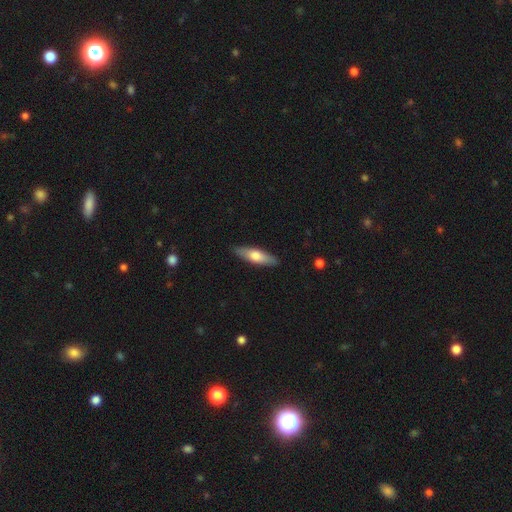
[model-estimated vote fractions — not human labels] smooth-or-featured: smooth: 62% | featured or disk: 33% | star or artifact: 5%
  how-rounded: cigar-shaped: 59% | in between: 39% | round: 2%
  merging: none: 88% | minor disturbance: 9% | major disturbance: 2% | merger: 1%